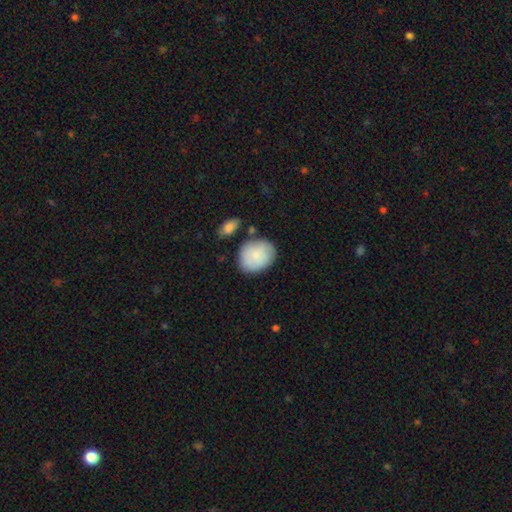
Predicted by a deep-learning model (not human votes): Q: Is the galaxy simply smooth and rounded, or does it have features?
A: smooth — 80%.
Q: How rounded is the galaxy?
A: in between — 50%.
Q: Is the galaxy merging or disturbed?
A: none — 69%.